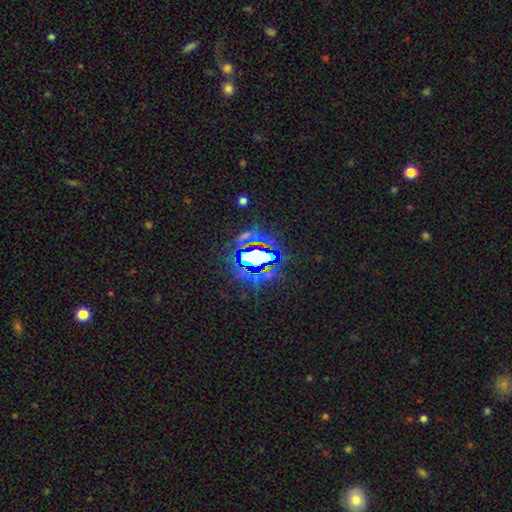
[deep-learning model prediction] smooth-or-featured: star or artifact: 72% | smooth: 15% | featured or disk: 13%